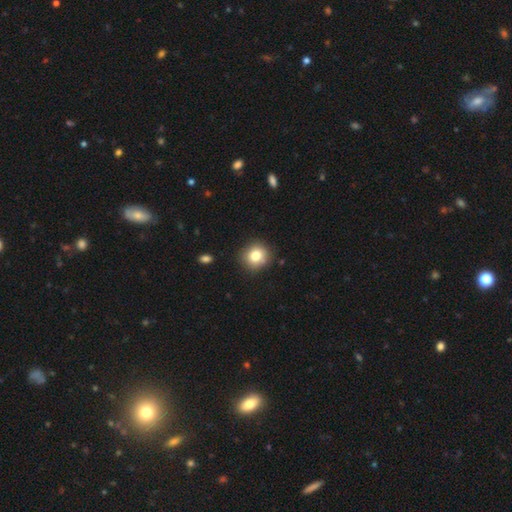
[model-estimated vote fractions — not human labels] The model was most divided on "smooth or featured": smooth: 80%, star or artifact: 11%, featured or disk: 9%. More confident: how rounded — round (87%); merging — none (85%).